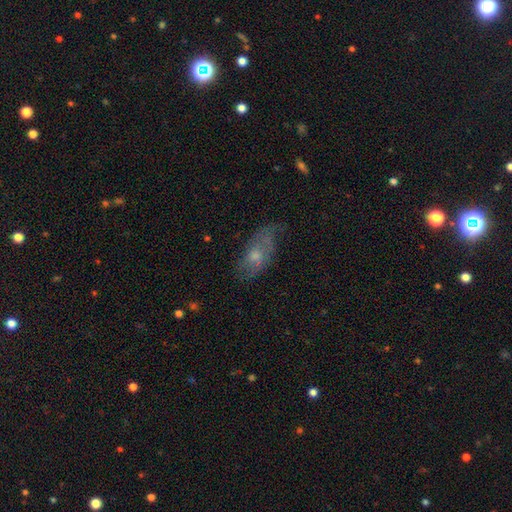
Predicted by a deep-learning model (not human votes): smooth_or_featured: featured or disk (p=0.50) [alt: smooth p=0.40]
disk_edge_on: no (p=0.87) [alt: yes p=0.13]
merging: none (p=0.55) [alt: minor disturbance p=0.27]